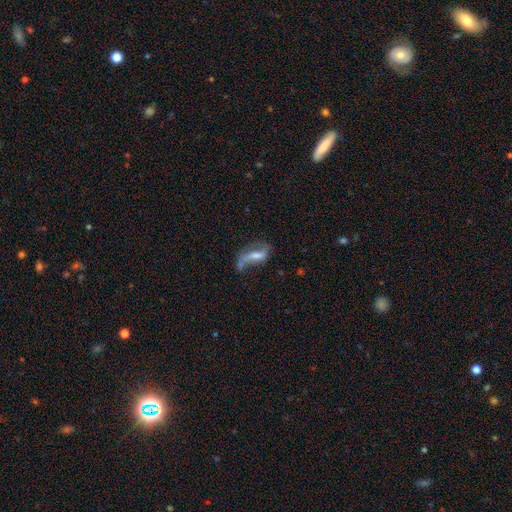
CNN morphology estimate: Smooth or featured? featured or disk (61%)
Edge-on disk? no (86%)
Bar? weak (38%)
Spiral arms? yes (74%)
Bulge size? moderate (37%)
Merging? none (35%)